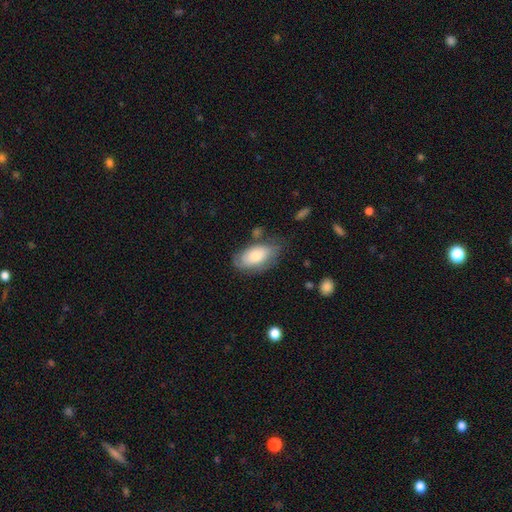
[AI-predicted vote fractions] smooth 70%, featured or disk 23%, star or artifact 6%. Down the decision tree: how rounded — in between (93%); merging — none (61%).